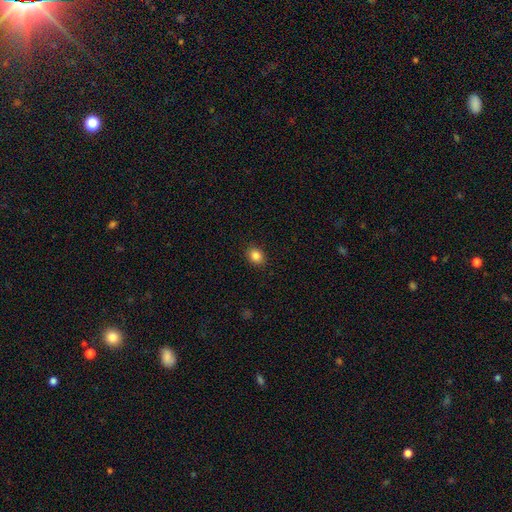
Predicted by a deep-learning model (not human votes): This appears to be a smooth galaxy with no disk features (85%) that is in between round and cigar-shaped (55%). Merging: none (89%).